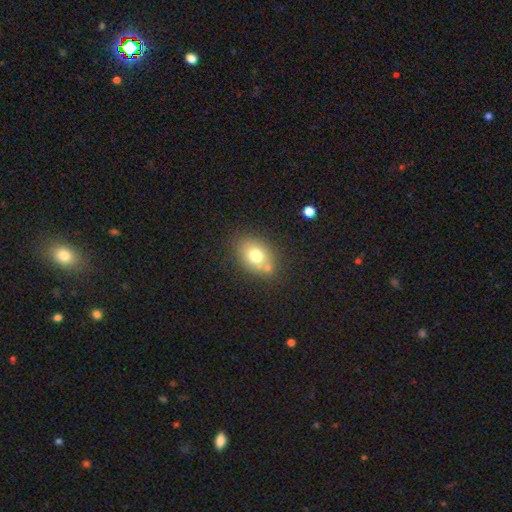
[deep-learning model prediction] A smooth galaxy with no disk features (73%) that is in between round and cigar-shaped (65%). Merging: none (68%).